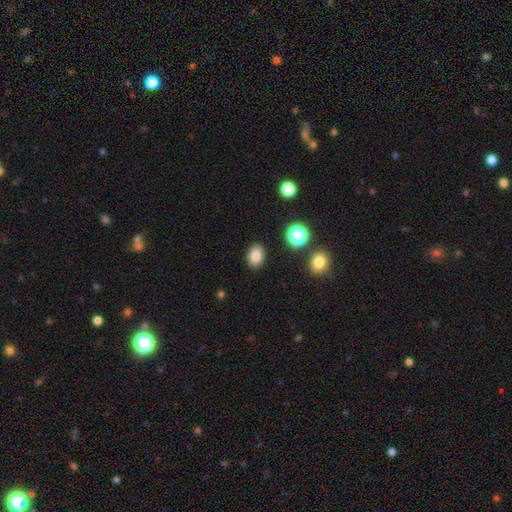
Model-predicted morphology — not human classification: Smooth or featured: smooth — 83% (star or artifact — 11%)
How rounded: in between — 77% (round — 22%)
Merging: none — 88% (minor disturbance — 8%)